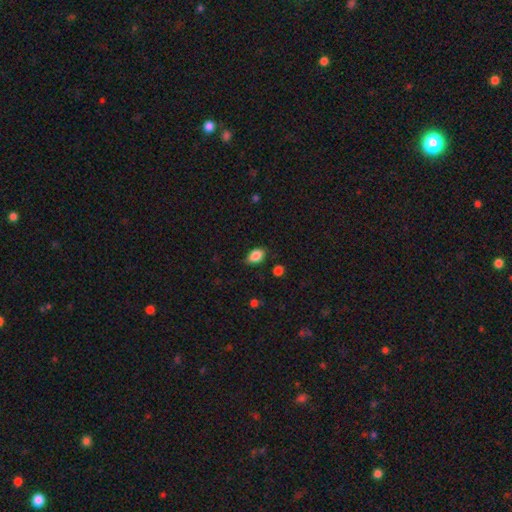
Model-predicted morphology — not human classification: Smooth or featured? smooth (85%)
How rounded? in between (87%)
Merging? none (73%)